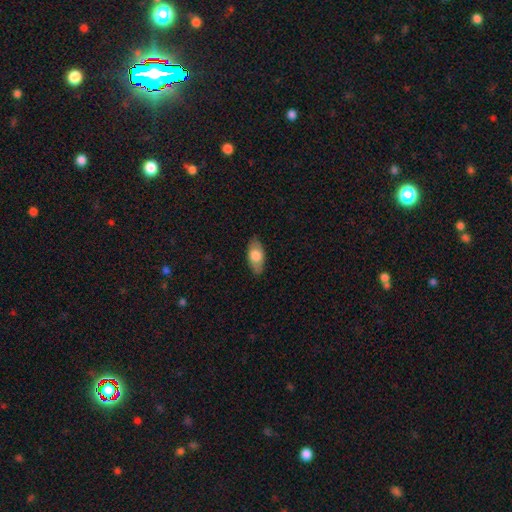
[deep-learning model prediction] Q: Smooth or featured?
A: smooth (74%); runner-up: featured or disk (21%)
Q: How rounded?
A: in between (91%); runner-up: cigar-shaped (6%)
Q: Merging?
A: none (84%); runner-up: minor disturbance (12%)